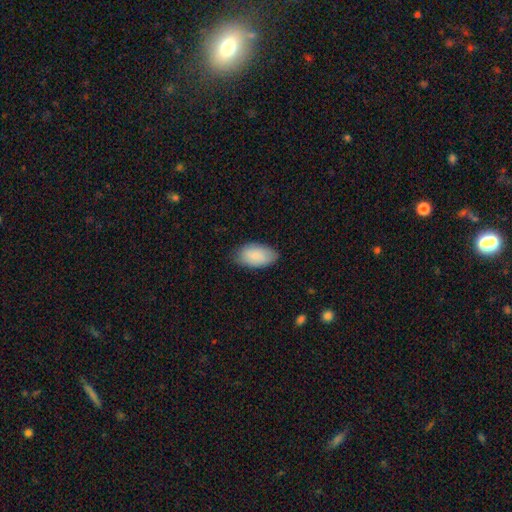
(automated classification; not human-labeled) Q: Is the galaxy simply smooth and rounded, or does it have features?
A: smooth — 88%.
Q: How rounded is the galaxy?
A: in between — 95%.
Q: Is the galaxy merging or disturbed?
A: none — 79%.